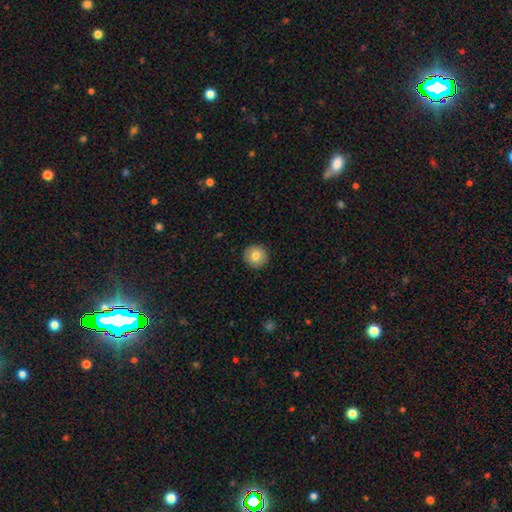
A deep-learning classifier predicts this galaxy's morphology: Smooth or featured? Predicted: smooth (p=0.79). How rounded? Predicted: round (p=0.94). Merging? Predicted: none (p=0.92).